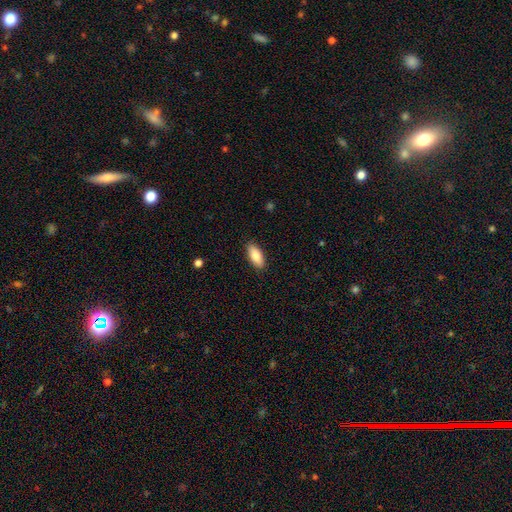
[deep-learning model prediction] Morphology: type=smooth (86%); roundness=in between (85%); merging=none (88%).